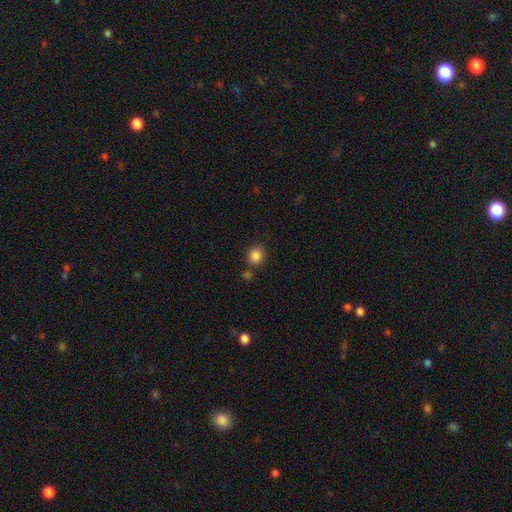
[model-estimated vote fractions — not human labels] smooth-or-featured: smooth: 86% | star or artifact: 10% | featured or disk: 4%
  how-rounded: round: 72% | in between: 27% | cigar-shaped: 1%
  merging: none: 75% | merger: 11% | minor disturbance: 11% | major disturbance: 3%